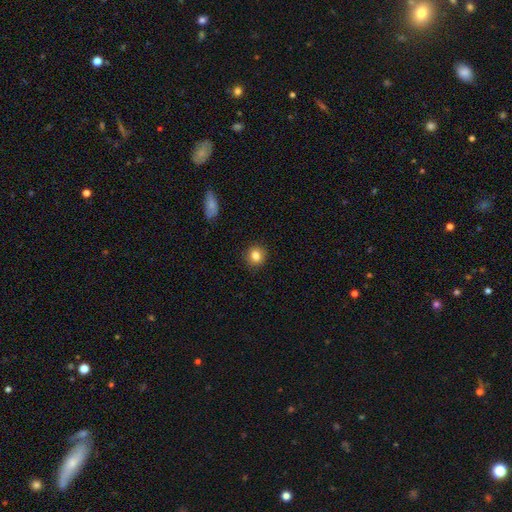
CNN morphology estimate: Smooth or featured? smooth (83%)
How rounded? round (86%)
Merging? none (89%)